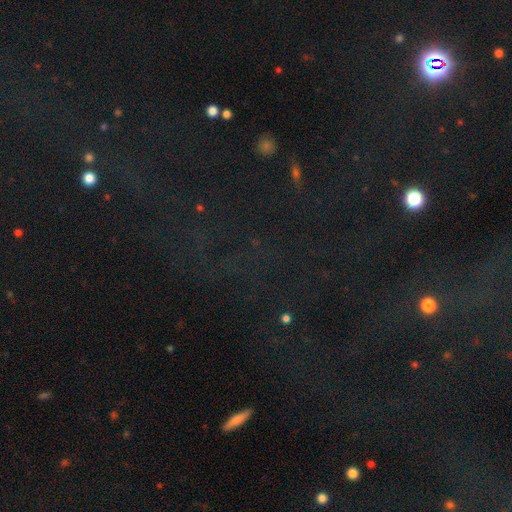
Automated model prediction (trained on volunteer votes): smooth_or_featured: star or artifact (p=0.74) [alt: smooth p=0.16]